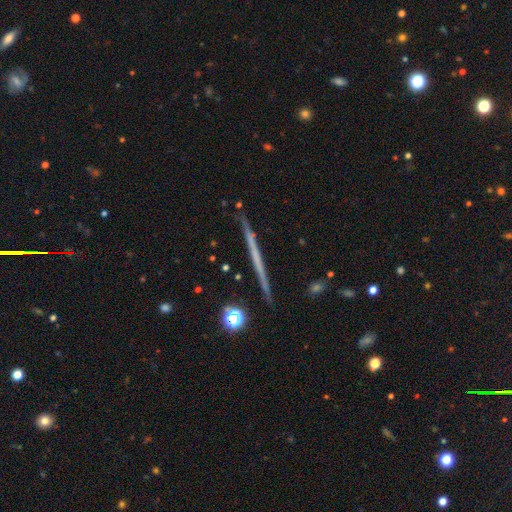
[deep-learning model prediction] Smooth or featured: featured or disk — 62% (smooth — 32%)
Edge-on disk: yes — 98% (no — 2%)
Edge-on bulge: none — 88% (rounded — 8%)
Merging: none — 91% (minor disturbance — 6%)